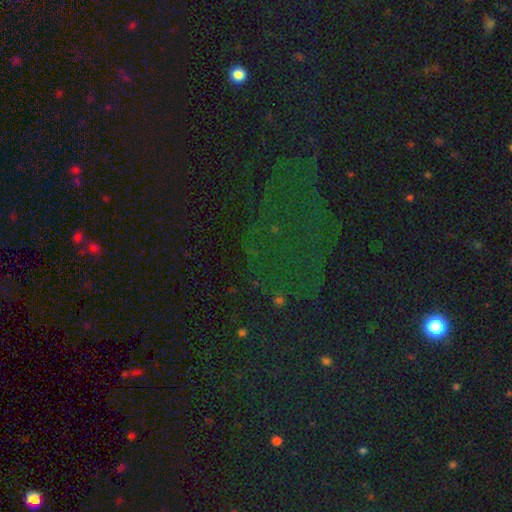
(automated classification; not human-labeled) A star or artifact, not a galaxy (69%).